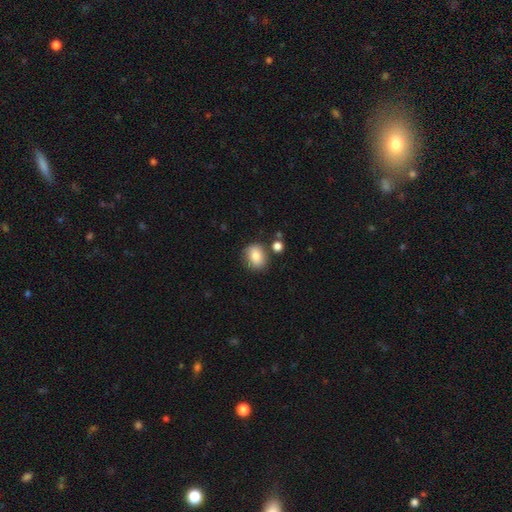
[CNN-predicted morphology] A smooth galaxy with no disk features (82%) that is round (58%).

Vote fractions:
- Smooth or featured? smooth: 82% / featured or disk: 9% / star or artifact: 9%
- How rounded? round: 58% / in between: 41% / cigar-shaped: 1%
- Merging? none: 75% / minor disturbance: 14% / merger: 8% / major disturbance: 4%